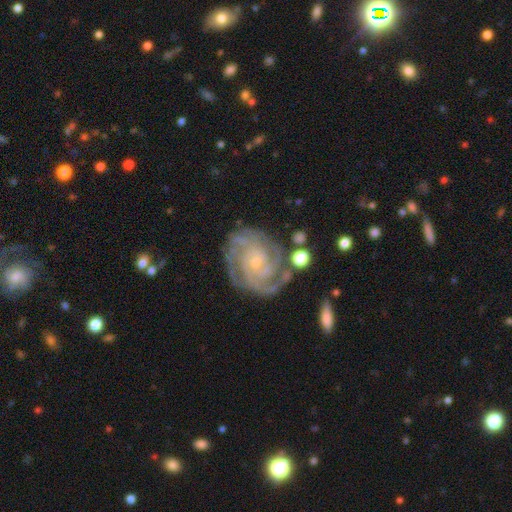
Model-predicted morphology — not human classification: Smooth or featured: featured or disk — 88% (star or artifact — 6%)
Edge-on disk: no — 98% (yes — 2%)
Bar: no — 71% (weak — 22%)
Spiral arms: yes — 98% (no — 2%)
Spiral winding: tight — 77% (medium — 20%)
Spiral arm count: 2 — 41% (3 — 24%)
Bulge size: small — 79% (moderate — 15%)
Merging: none — 75% (minor disturbance — 16%)